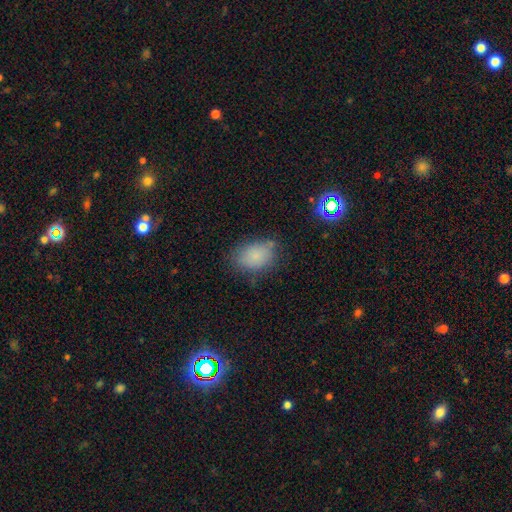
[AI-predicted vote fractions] This appears to be a smooth galaxy with no disk features (80%) that is in between round and cigar-shaped (77%). Merging: none (66%).